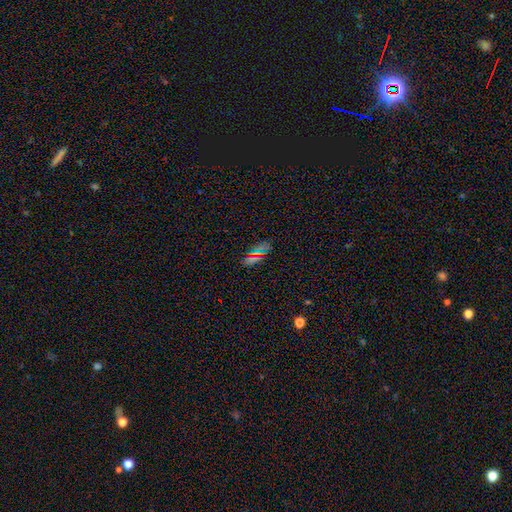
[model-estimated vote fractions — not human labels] This is marginally a smooth galaxy (42%). Merging: likely none (64%).